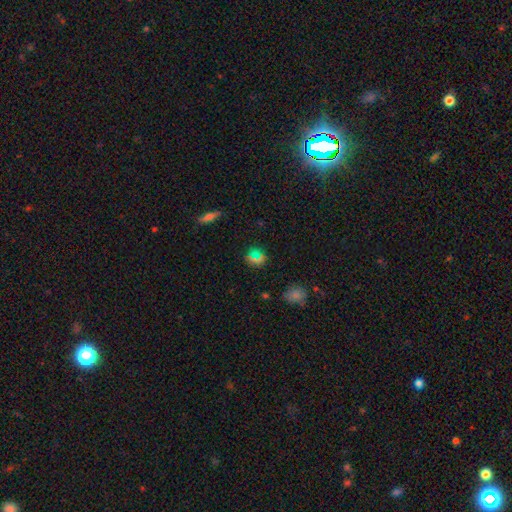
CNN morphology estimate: Smooth or featured: smooth — 57% (star or artifact — 32%)
How rounded: round — 81% (in between — 16%)
Merging: none — 81% (minor disturbance — 11%)